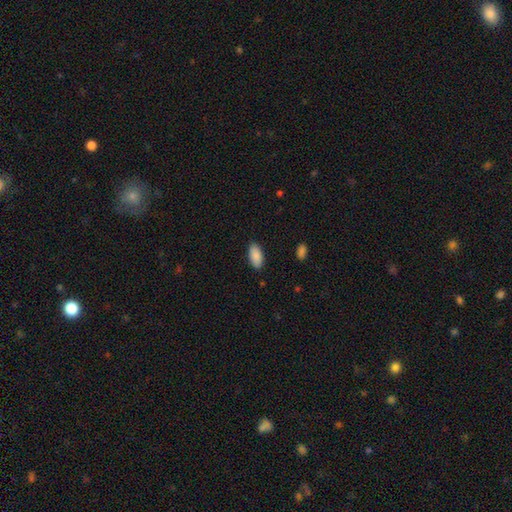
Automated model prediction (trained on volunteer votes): This appears to be a smooth galaxy with no disk features (89%) that is in between round and cigar-shaped (92%). Merging: none (88%).